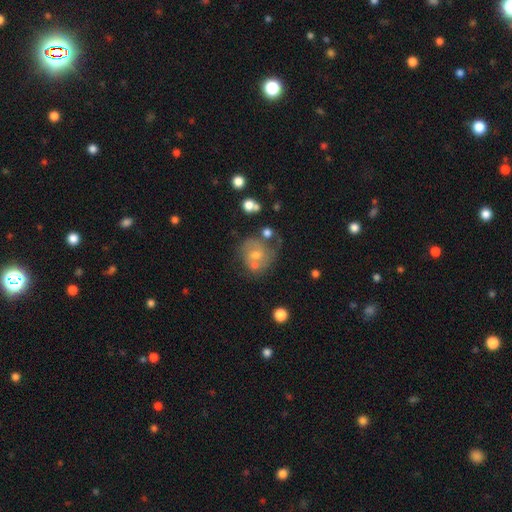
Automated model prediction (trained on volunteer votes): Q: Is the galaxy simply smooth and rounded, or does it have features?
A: featured or disk — 61%.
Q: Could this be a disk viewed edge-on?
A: no — 97%.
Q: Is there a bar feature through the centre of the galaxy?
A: no — 56%.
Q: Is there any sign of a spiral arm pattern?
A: yes — 81%.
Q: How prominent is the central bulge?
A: moderate — 50%.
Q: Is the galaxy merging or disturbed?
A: none — 46%.